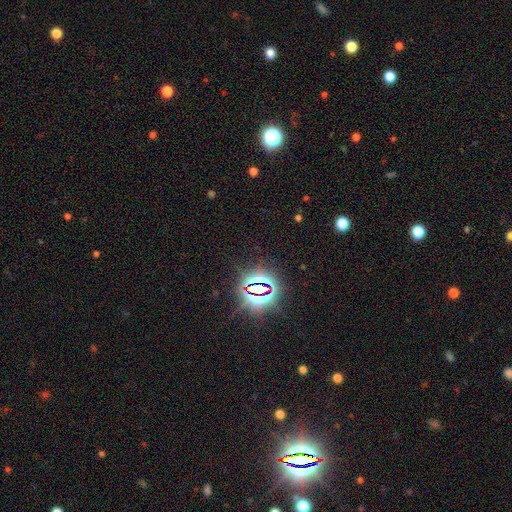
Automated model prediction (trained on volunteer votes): Smooth or featured? Predicted: star or artifact (p=0.83).